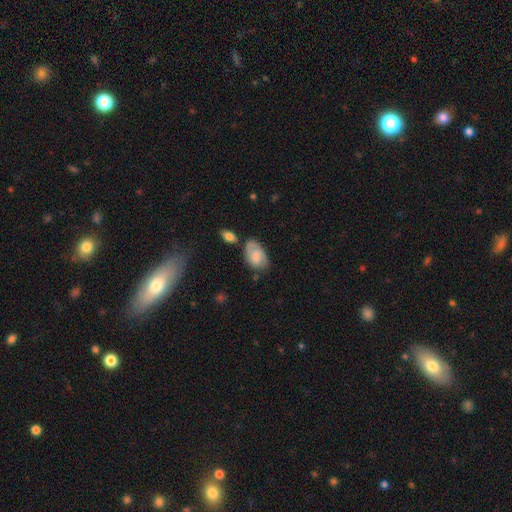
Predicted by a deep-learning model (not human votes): Smooth or featured: smooth — 64% (featured or disk — 29%)
How rounded: in between — 91% (round — 8%)
Merging: none — 51% (minor disturbance — 30%)